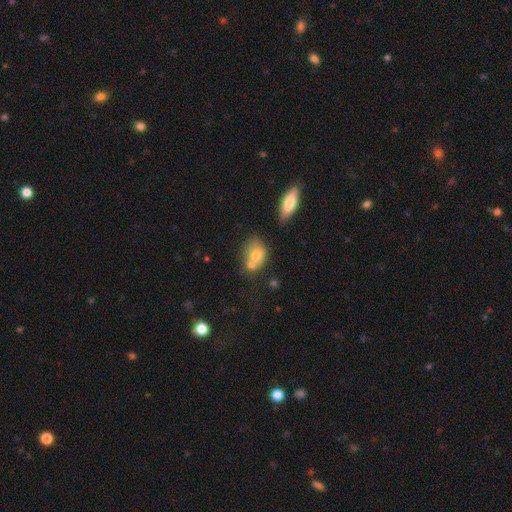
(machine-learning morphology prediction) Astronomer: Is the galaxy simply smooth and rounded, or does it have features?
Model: smooth — 71%.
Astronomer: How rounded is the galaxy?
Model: in between — 51% (runner-up: round, 48%).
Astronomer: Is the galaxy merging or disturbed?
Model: merger — 47% (runner-up: none, 36%).